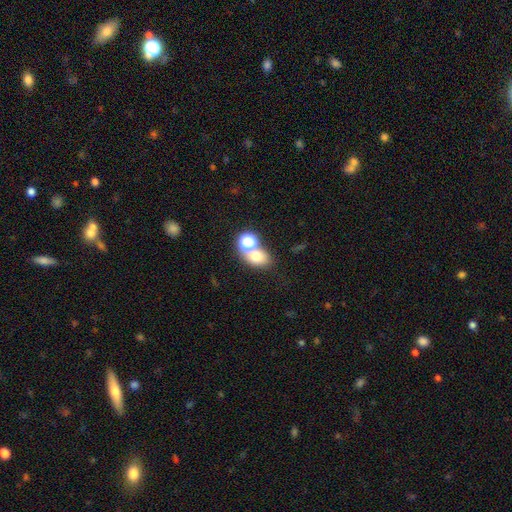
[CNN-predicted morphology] Q: Smooth or featured?
A: smooth (68%); runner-up: star or artifact (18%)
Q: How rounded?
A: in between (53%); runner-up: round (46%)
Q: Merging?
A: none (47%); runner-up: merger (39%)